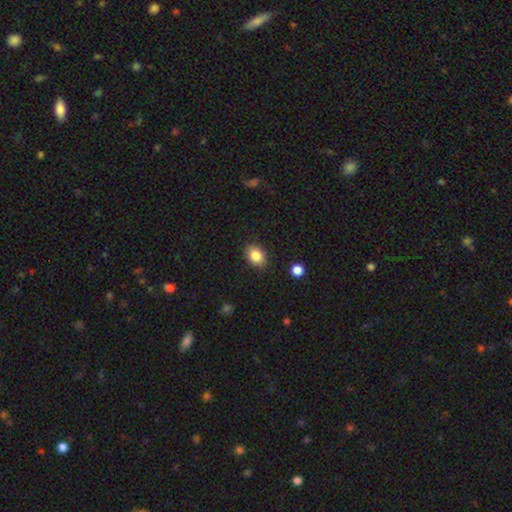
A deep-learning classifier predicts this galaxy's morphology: smooth 85%, star or artifact 9%, featured or disk 6%. Down the decision tree: how rounded — in between (68%); merging — none (87%).